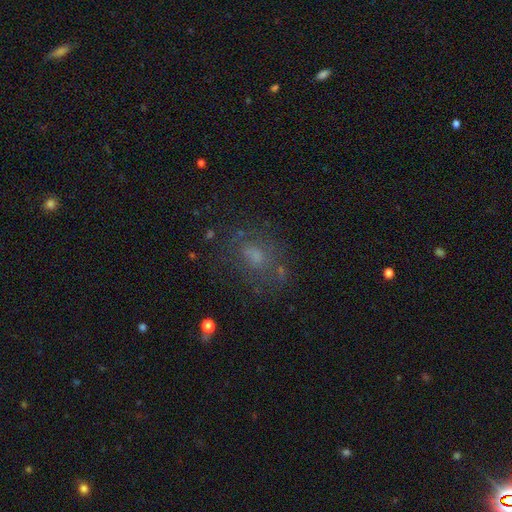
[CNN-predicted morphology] smooth 44%, featured or disk 36%, star or artifact 20%. Down the decision tree: merging — none (60%).